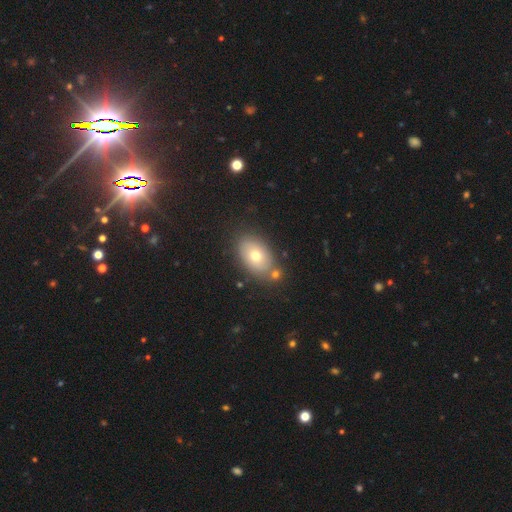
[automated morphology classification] Smooth or featured: smooth — 67% (featured or disk — 22%)
How rounded: in between — 84% (round — 14%)
Merging: none — 75% (minor disturbance — 12%)